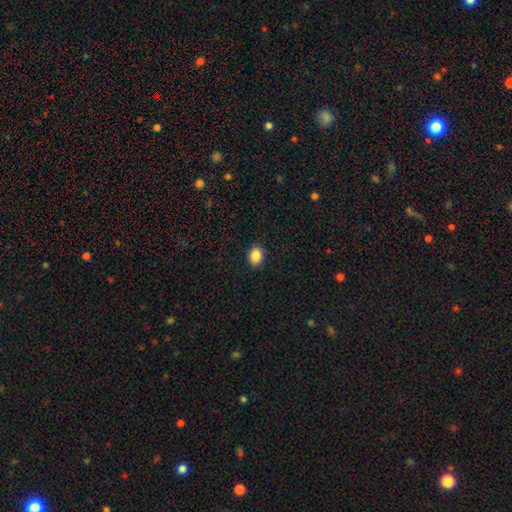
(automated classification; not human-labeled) This is clearly a smooth galaxy (87%). How rounded: possibly in between (50%). Merging: clearly none (87%).